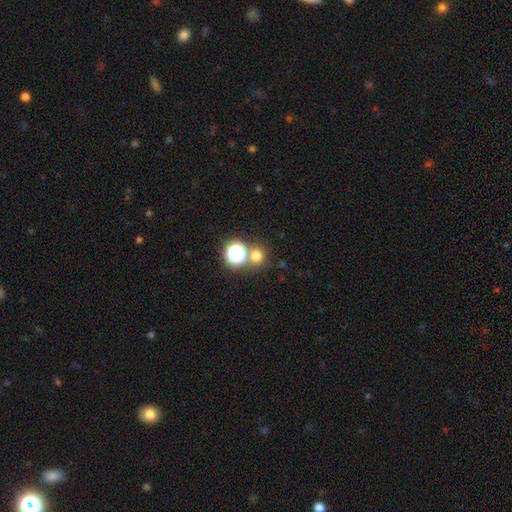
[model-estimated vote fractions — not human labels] Smooth or featured? Predicted: smooth (p=0.69). How rounded? Predicted: round (p=0.87). Merging? Predicted: none (p=0.67).